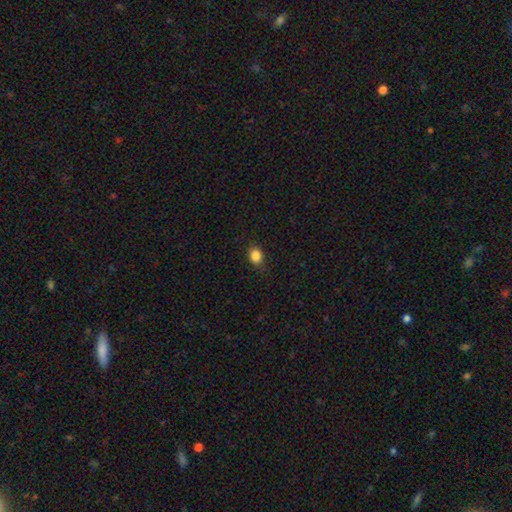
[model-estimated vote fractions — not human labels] Morphology: type=smooth (86%); roundness=in between (56%); merging=none (85%).